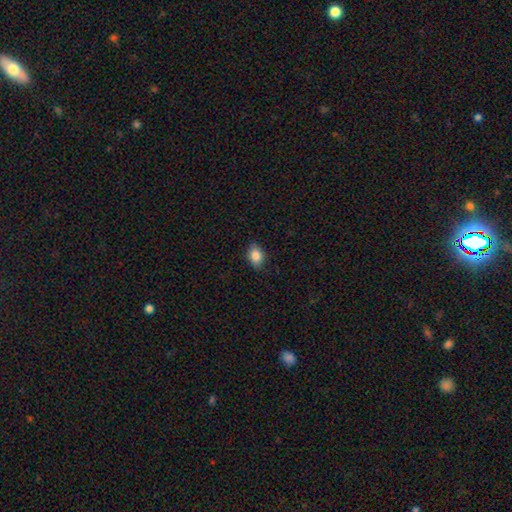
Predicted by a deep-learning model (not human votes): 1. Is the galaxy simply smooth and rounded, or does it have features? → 84% smooth, 8% star or artifact, 8% featured or disk.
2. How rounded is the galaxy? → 79% in between, 18% round, 2% cigar-shaped.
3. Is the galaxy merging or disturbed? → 84% none, 13% minor disturbance, 2% major disturbance, 1% merger.